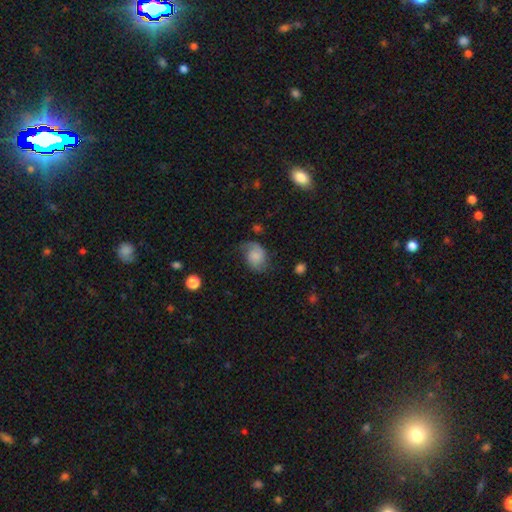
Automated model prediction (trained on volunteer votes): Smooth or featured? Predicted: smooth (p=0.52). How rounded? Predicted: in between (p=0.61). Merging? Predicted: none (p=0.53).